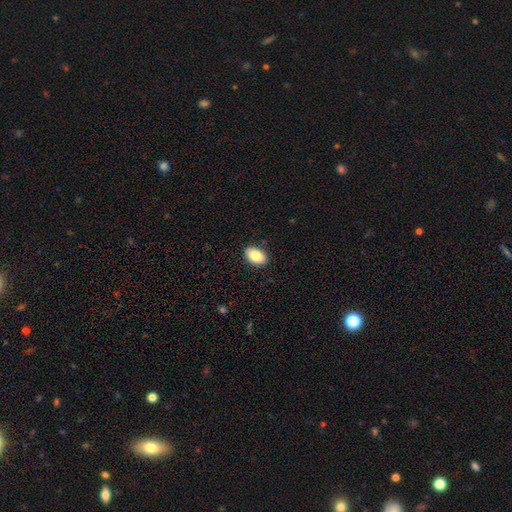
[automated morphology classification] smooth-or-featured: smooth: 86% | featured or disk: 7% | star or artifact: 7%
  how-rounded: in between: 90% | round: 9% | cigar-shaped: 1%
  merging: none: 88% | minor disturbance: 9% | major disturbance: 2% | merger: 1%